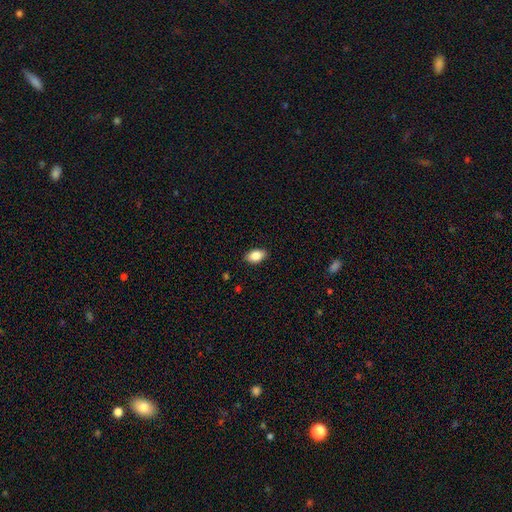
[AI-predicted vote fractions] This appears to be a smooth galaxy with no disk features (84%) that is in between round and cigar-shaped (90%). Merging: none (88%).